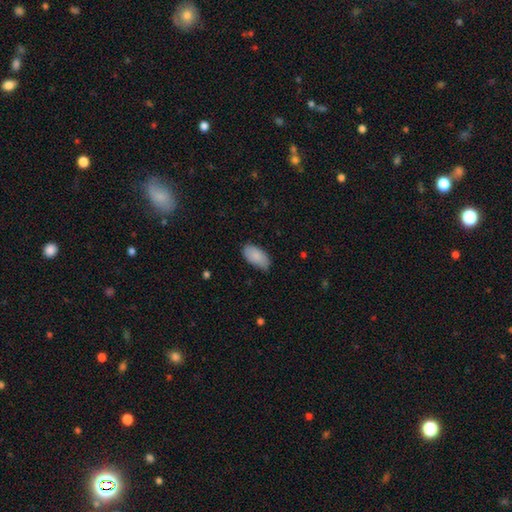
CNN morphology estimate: A smooth galaxy with no disk features (86%) that is in between round and cigar-shaped (95%). Merging: none (74%).